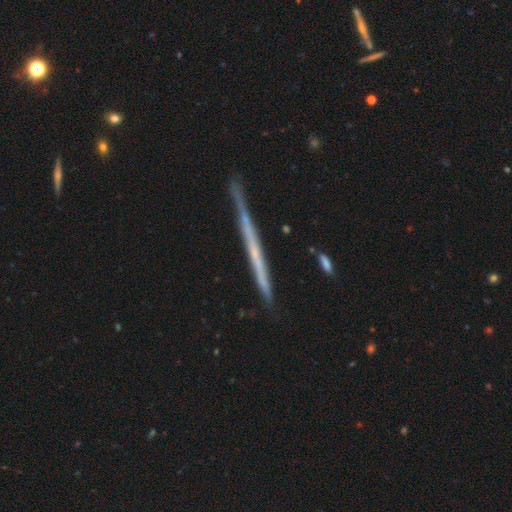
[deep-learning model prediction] A featured or disk galaxy (63%) viewed edge-on (97%) with no central bulge (87%). Merging: none (87%).